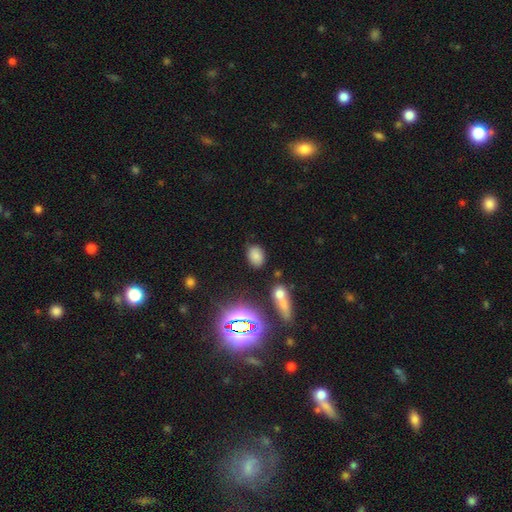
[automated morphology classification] Q: Smooth or featured?
A: smooth (72%); runner-up: star or artifact (20%)
Q: How rounded?
A: in between (71%); runner-up: round (27%)
Q: Merging?
A: none (80%); runner-up: minor disturbance (13%)